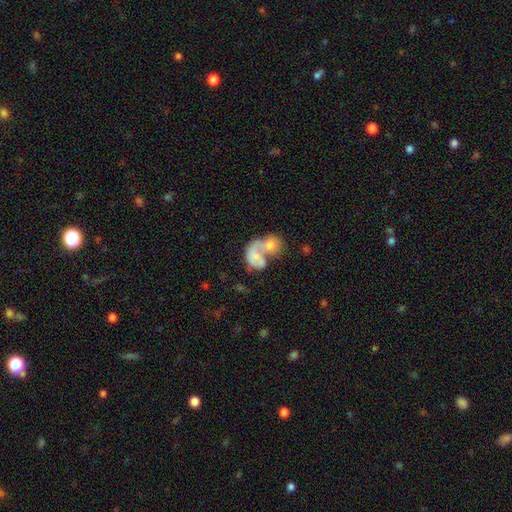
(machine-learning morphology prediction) smooth_or_featured: smooth (p=0.53) [alt: featured or disk p=0.39]
how_rounded: in between (p=0.70) [alt: round p=0.29]
merging: merger (p=0.67) [alt: major disturbance p=0.15]